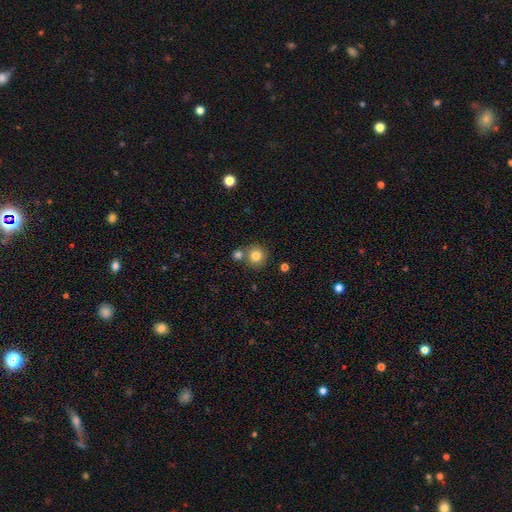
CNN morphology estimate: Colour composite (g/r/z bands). It shows a smooth galaxy with no disk features (80%) that is round (92%). Merging: none (68%).